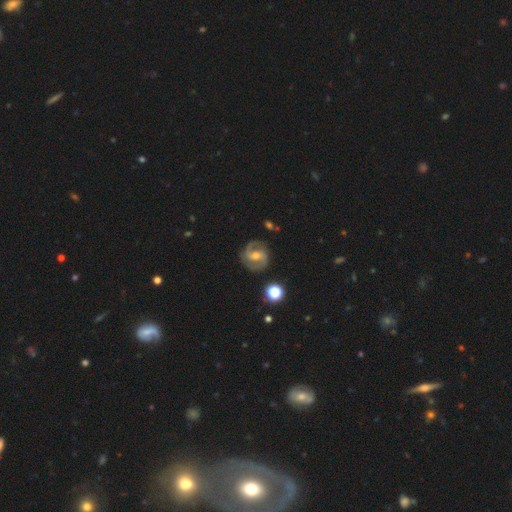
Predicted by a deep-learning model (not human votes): Q: Smooth or featured?
A: featured or disk (87%); runner-up: smooth (8%)
Q: Edge-on disk?
A: no (98%); runner-up: yes (2%)
Q: Bar?
A: weak (49%); runner-up: strong (27%)
Q: Spiral arms?
A: yes (97%); runner-up: no (3%)
Q: Spiral winding?
A: medium (54%); runner-up: tight (30%)
Q: Spiral arm count?
A: 2 (88%); runner-up: can't tell (4%)
Q: Bulge size?
A: moderate (54%); runner-up: small (40%)
Q: Merging?
A: none (82%); runner-up: minor disturbance (12%)